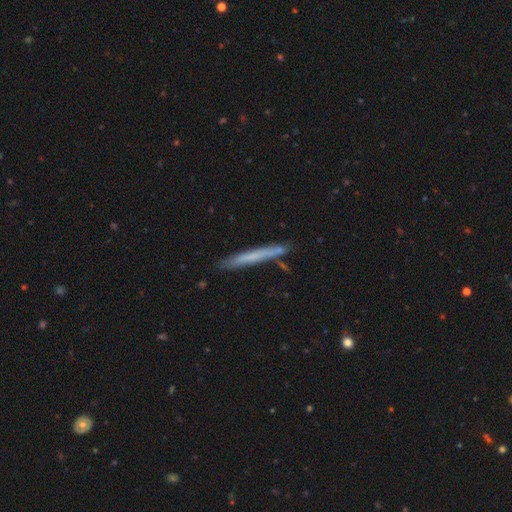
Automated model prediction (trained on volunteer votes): smooth_or_featured: smooth (p=0.56) [alt: featured or disk p=0.37]
how_rounded: cigar-shaped (p=0.97) [alt: in between p=0.02]
merging: none (p=0.86) [alt: minor disturbance p=0.10]